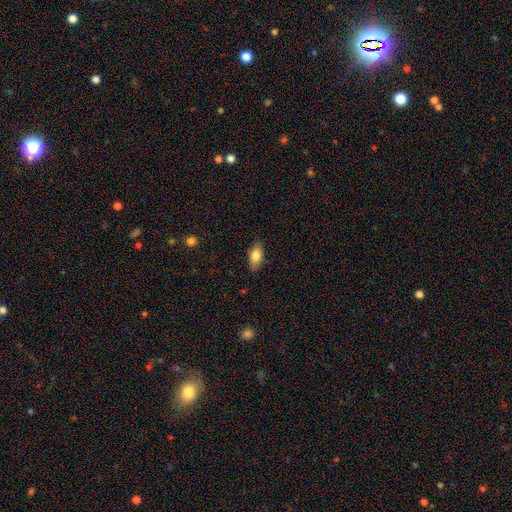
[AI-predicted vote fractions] A smooth galaxy with no disk features (78%) that is in between round and cigar-shaped (87%). Merging: none (84%).